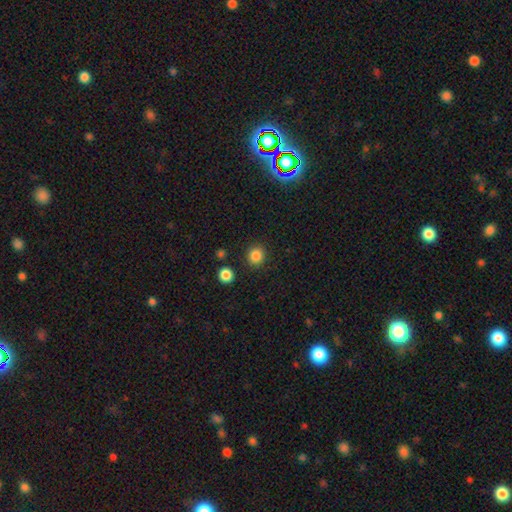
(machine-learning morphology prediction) A smooth galaxy with no disk features (85%) that is round (88%).

Vote fractions:
- Smooth or featured? smooth: 85% / star or artifact: 11% / featured or disk: 4%
- How rounded? round: 88% / in between: 11% / cigar-shaped: 1%
- Merging? none: 89% / minor disturbance: 7% / merger: 2% / major disturbance: 2%